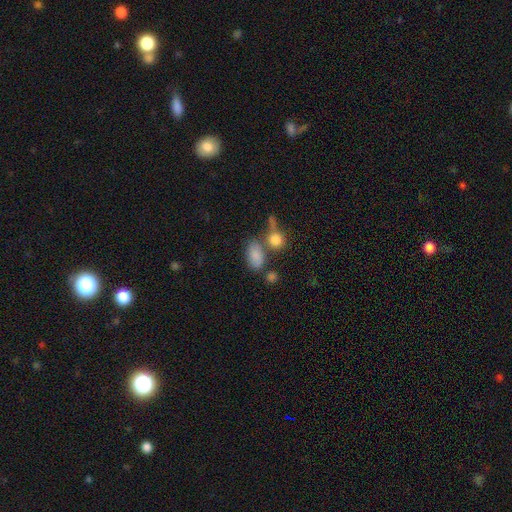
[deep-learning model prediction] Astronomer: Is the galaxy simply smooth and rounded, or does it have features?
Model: smooth — 82%.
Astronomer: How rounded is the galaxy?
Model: in between — 87%.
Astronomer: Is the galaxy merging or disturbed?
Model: none — 52%.